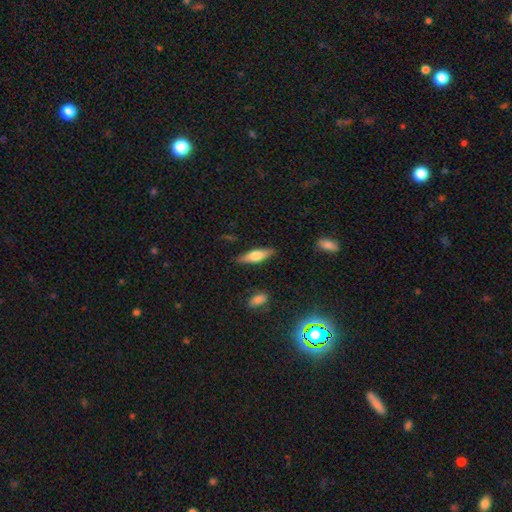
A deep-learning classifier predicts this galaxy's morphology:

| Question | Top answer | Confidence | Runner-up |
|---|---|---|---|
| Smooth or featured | smooth | 53% | featured or disk (40%) |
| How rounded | cigar-shaped | 58% | in between (40%) |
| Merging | none | 86% | minor disturbance (10%) |